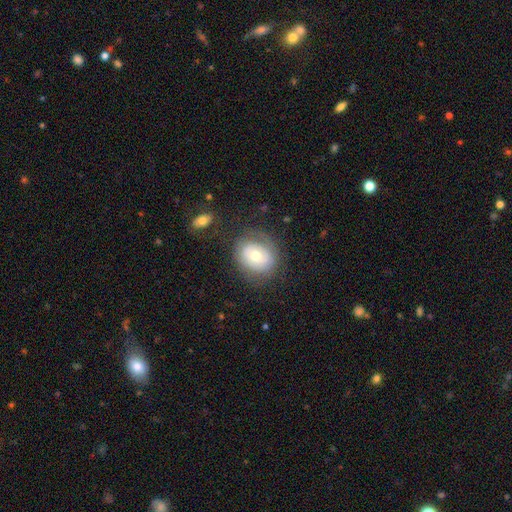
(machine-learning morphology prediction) Smooth or featured?
  - smooth: 50% *
  - featured or disk: 41%
  - star or artifact: 9%
How rounded?
  - round: 65% *
  - in between: 34%
  - cigar-shaped: 1%
Merging?
  - none: 71% *
  - minor disturbance: 17%
  - major disturbance: 10%
  - merger: 2%